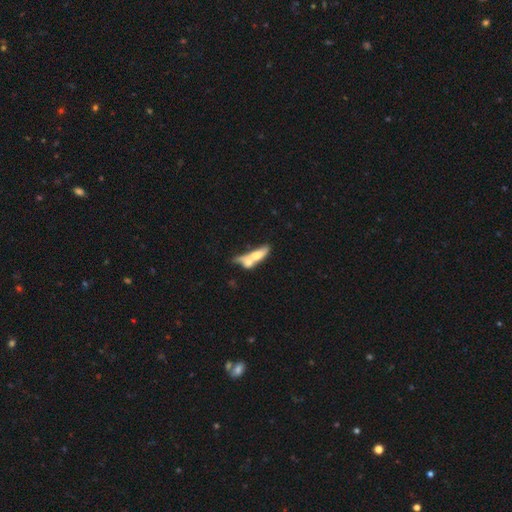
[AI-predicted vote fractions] smooth_or_featured: smooth (p=0.54) [alt: featured or disk p=0.38]
how_rounded: in between (p=0.48) [tied with: cigar-shaped p=0.48]
merging: merger (p=0.61) [alt: none p=0.19]